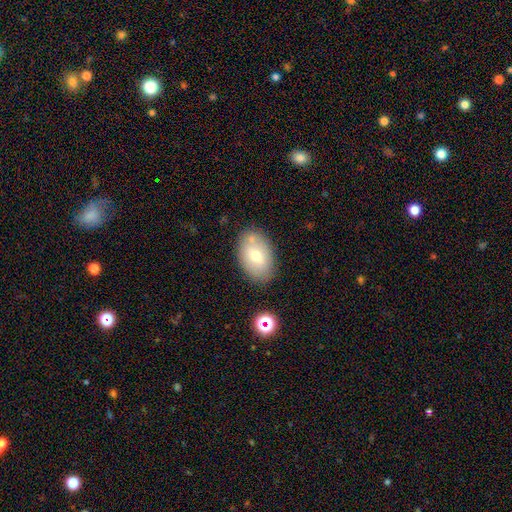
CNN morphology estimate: type=smooth (65%); roundness=in between (89%); merging=none (76%).